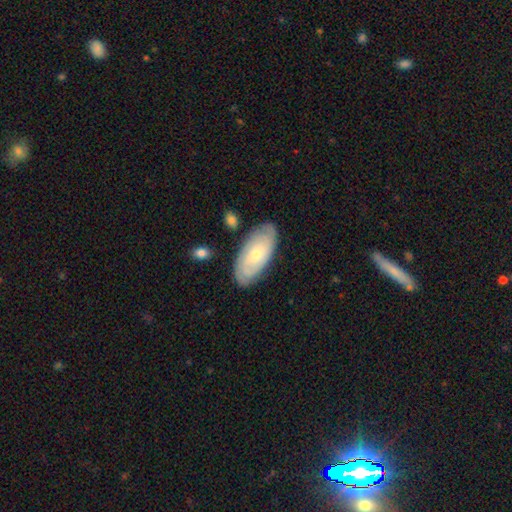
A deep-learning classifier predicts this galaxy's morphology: type=featured or disk (62%); edge-on=no (92%); bar=no (78%); spiral arms=yes (85%); bulge=small (71%); merging=none (81%).